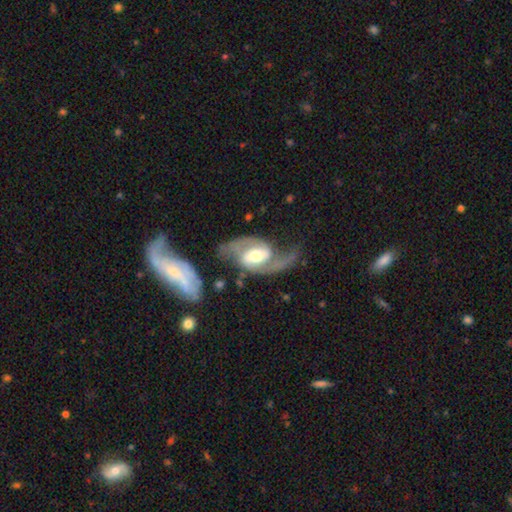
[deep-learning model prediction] Smooth or featured?
  - featured or disk: 88% *
  - smooth: 8%
  - star or artifact: 5%
Edge-on disk?
  - no: 96% *
  - yes: 4%
Bar?
  - weak: 43% *
  - no: 32%
  - strong: 25%
Spiral arms?
  - yes: 95% *
  - no: 5%
Spiral winding?
  - medium: 44% *
  - loose: 42%
  - tight: 14%
Spiral arm count?
  - 2: 88% *
  - 1: 5%
  - can't tell: 3%
  - 3: 1%
  - 4: 1%
  - more than 4: 1%
Bulge size?
  - moderate: 66% *
  - small: 16%
  - large: 15%
  - dominant: 1%
  - none: 1%
Merging?
  - none: 52% *
  - major disturbance: 21%
  - minor disturbance: 21%
  - merger: 6%